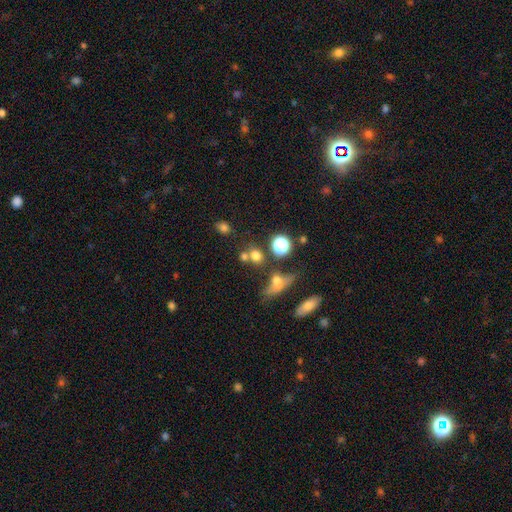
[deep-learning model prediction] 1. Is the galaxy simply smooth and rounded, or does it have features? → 68% smooth, 21% star or artifact, 11% featured or disk.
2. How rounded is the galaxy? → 69% round, 28% in between, 3% cigar-shaped.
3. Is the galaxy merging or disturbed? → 55% none, 28% merger, 11% minor disturbance, 6% major disturbance.